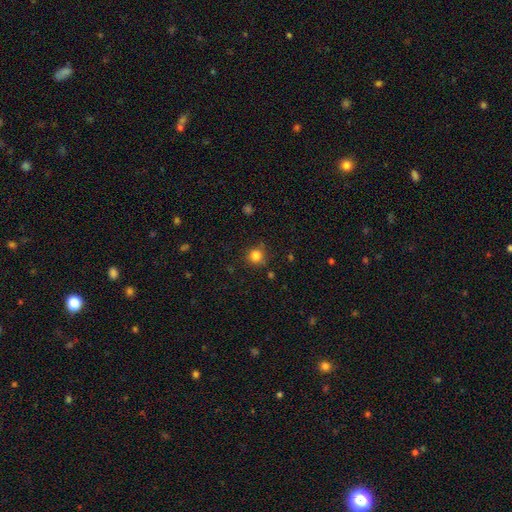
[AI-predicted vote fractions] A smooth galaxy with no disk features (82%) that is round (92%).

Vote fractions:
- Smooth or featured? smooth: 82% / star or artifact: 13% / featured or disk: 5%
- How rounded? round: 92% / in between: 7% / cigar-shaped: 1%
- Merging? none: 80% / minor disturbance: 14% / major disturbance: 4% / merger: 3%